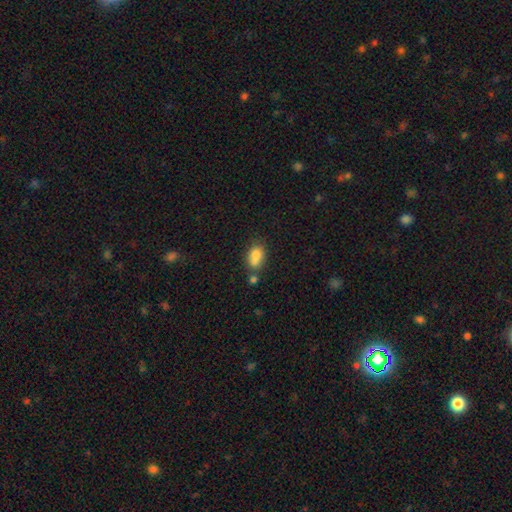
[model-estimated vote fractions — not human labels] A smooth galaxy with no disk features (80%) that is in between round and cigar-shaped (82%).

Vote fractions:
- Smooth or featured? smooth: 80% / featured or disk: 11% / star or artifact: 9%
- How rounded? in between: 82% / round: 15% / cigar-shaped: 3%
- Merging? none: 46% / merger: 30% / minor disturbance: 18% / major disturbance: 6%